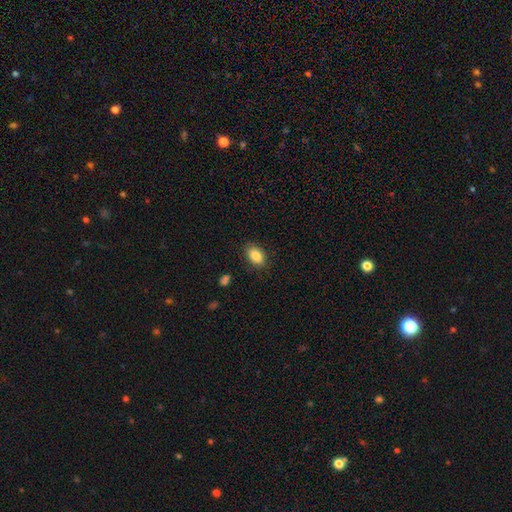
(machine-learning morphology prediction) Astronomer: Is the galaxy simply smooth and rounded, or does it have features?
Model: smooth — 86%.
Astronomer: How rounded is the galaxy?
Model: in between — 87%.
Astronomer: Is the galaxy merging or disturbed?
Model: none — 85%.